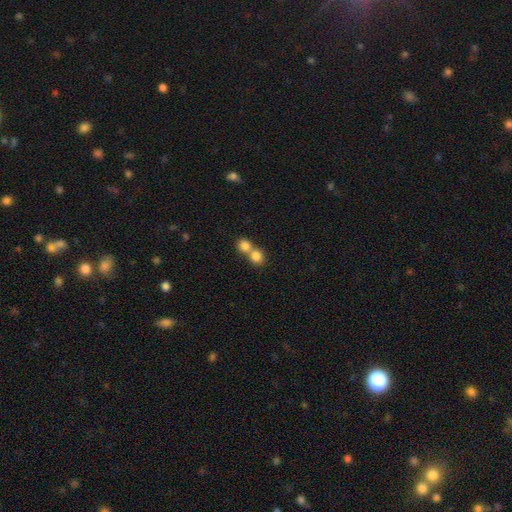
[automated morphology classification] Overall: smooth (82%). How rounded: round (83%). Merging: merger (59%; none 34%).